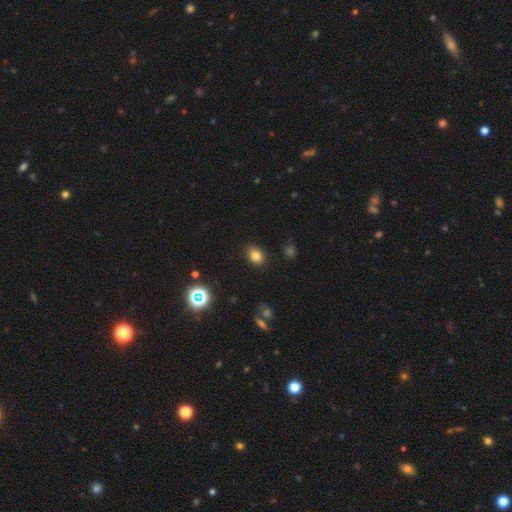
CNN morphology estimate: Q: Smooth or featured?
A: smooth (79%); runner-up: star or artifact (14%)
Q: How rounded?
A: in between (55%); runner-up: round (44%)
Q: Merging?
A: none (88%); runner-up: minor disturbance (8%)